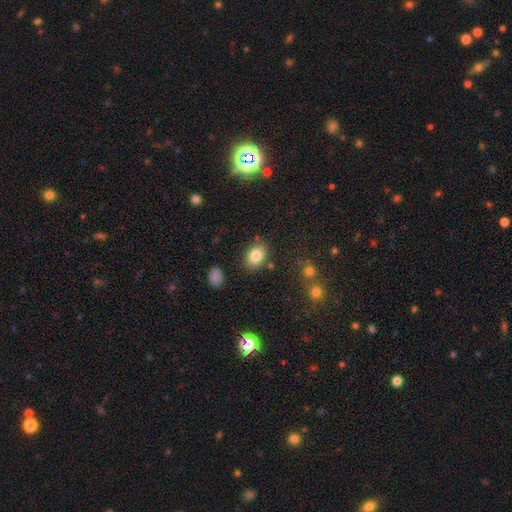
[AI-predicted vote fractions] Smooth or featured: smooth — 82% (featured or disk — 9%)
How rounded: in between — 76% (round — 23%)
Merging: none — 81% (minor disturbance — 12%)